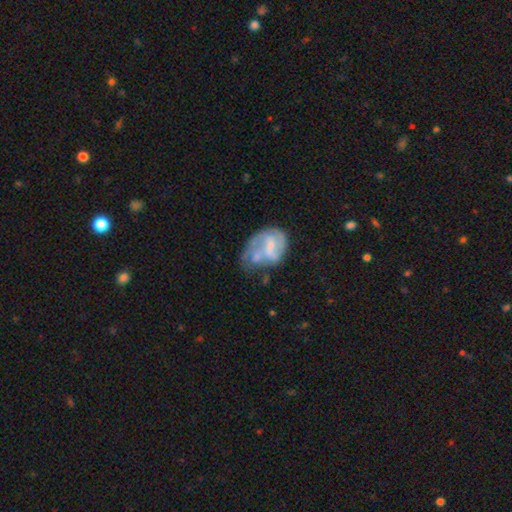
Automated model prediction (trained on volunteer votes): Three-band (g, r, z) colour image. It shows a featured or disk galaxy (64%) with no bar (47%), spiral arms (66%) and a small central bulge (49%). Merging: none (29%).